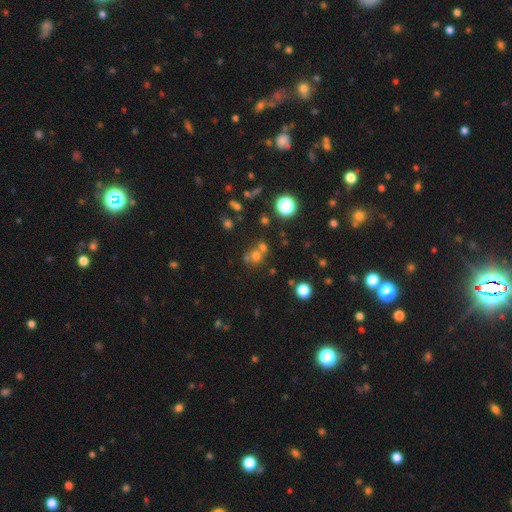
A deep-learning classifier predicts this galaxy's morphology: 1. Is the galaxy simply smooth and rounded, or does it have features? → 61% smooth, 26% star or artifact, 13% featured or disk.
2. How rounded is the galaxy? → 84% round, 15% in between, 1% cigar-shaped.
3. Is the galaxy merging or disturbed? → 49% none, 39% merger, 8% minor disturbance, 4% major disturbance.